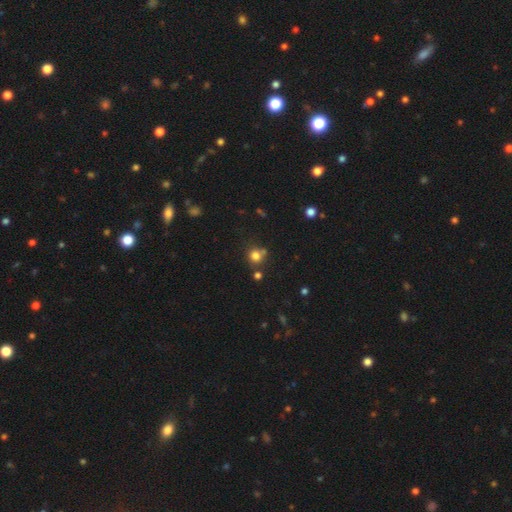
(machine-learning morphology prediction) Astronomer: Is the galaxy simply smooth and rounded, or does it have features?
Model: smooth — 78%.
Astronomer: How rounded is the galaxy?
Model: round — 88%.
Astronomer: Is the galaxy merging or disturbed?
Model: none — 68%.